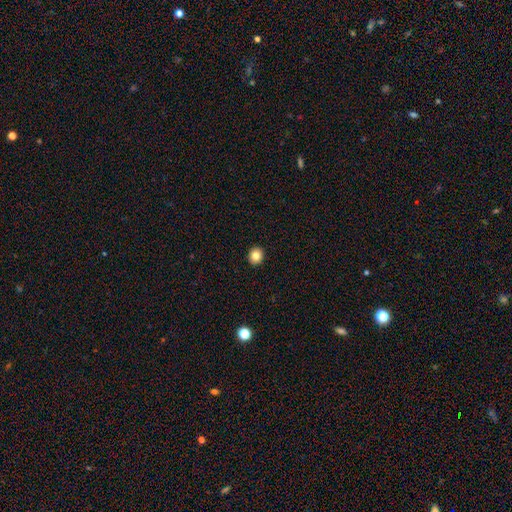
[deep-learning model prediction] smooth-or-featured: smooth: 83% | star or artifact: 11% | featured or disk: 7%
  how-rounded: round: 78% | in between: 21% | cigar-shaped: 1%
  merging: none: 93% | minor disturbance: 5% | major disturbance: 1% | merger: 1%